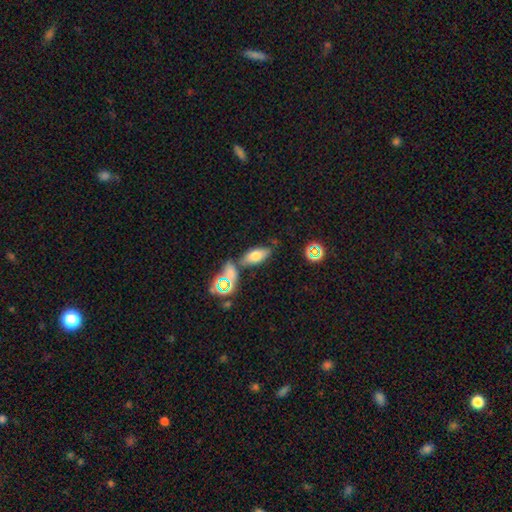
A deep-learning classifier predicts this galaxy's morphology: This is likely a smooth galaxy (68%). How rounded: clearly in between (84%). Merging: likely none (65%).